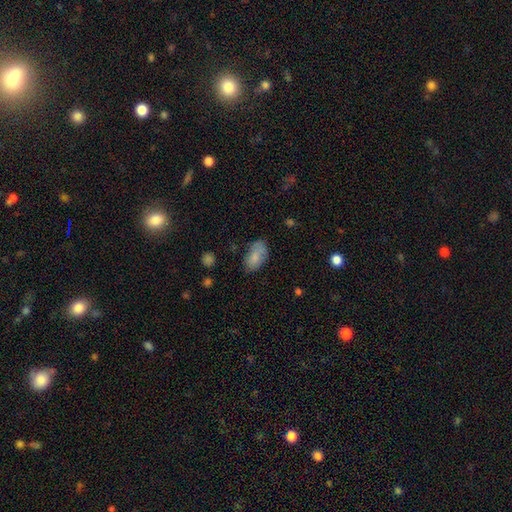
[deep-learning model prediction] smooth-or-featured: smooth: 81% | featured or disk: 11% | star or artifact: 8%
  how-rounded: in between: 93% | round: 4% | cigar-shaped: 2%
  merging: none: 64% | minor disturbance: 24% | major disturbance: 7% | merger: 4%